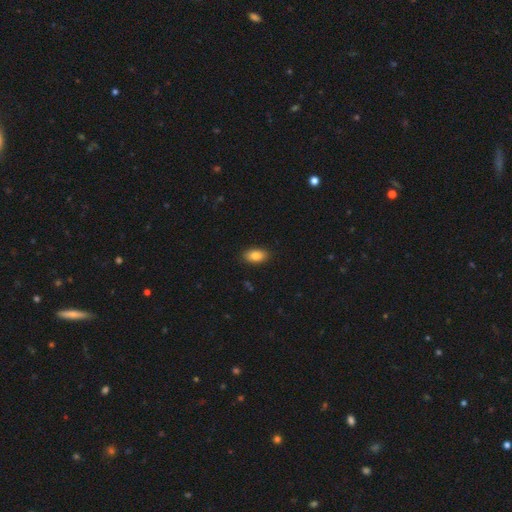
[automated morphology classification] Smooth or featured? smooth (84%)
How rounded? in between (91%)
Merging? none (89%)